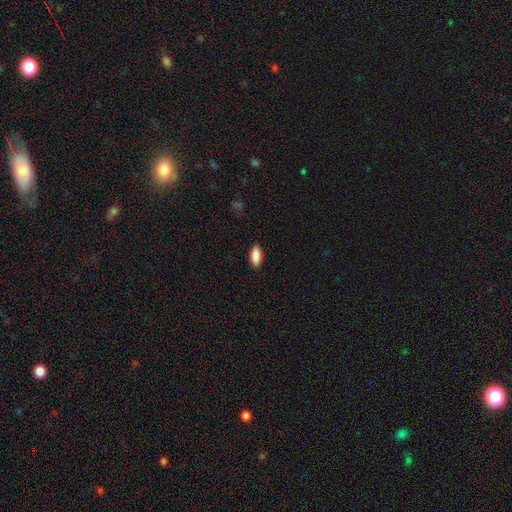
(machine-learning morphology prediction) The model was most divided on "how rounded": in between: 84%, cigar-shaped: 14%, round: 2%. More confident: smooth or featured — smooth (89%); merging — none (88%).